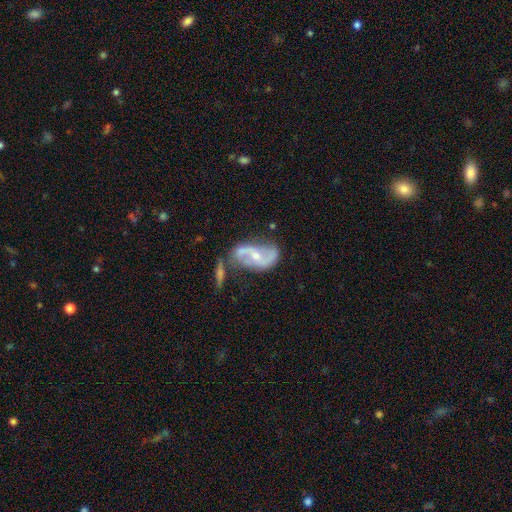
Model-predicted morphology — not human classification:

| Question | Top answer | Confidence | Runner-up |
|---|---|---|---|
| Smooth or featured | featured or disk | 84% | smooth (10%) |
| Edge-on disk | no | 95% | yes (5%) |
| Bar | no | 45% | weak (36%) |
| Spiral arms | yes | 92% | no (8%) |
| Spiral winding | loose | 56% | medium (33%) |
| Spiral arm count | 2 | 90% | can't tell (4%) |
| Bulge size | small | 50% | moderate (46%) |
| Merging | none | 46% | merger (23%) |